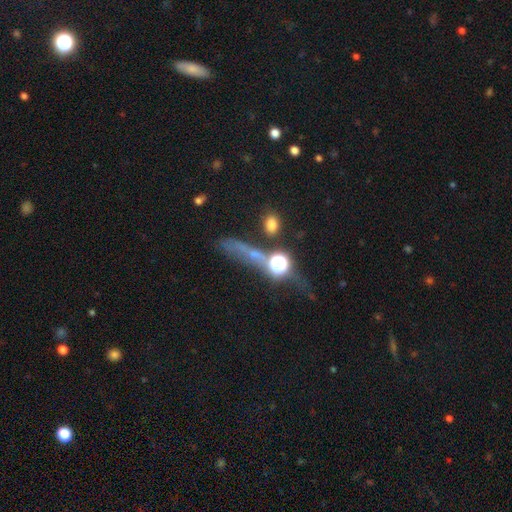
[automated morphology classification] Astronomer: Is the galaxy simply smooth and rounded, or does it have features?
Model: star or artifact — 39% (runner-up: smooth, 36%).